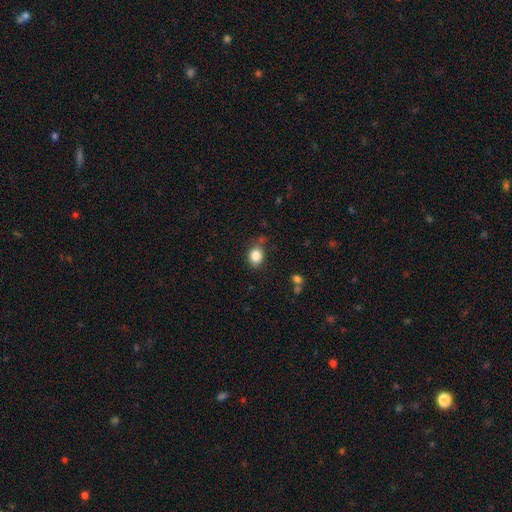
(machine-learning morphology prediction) Smooth or featured: smooth — 85% (star or artifact — 10%)
How rounded: in between — 51% (round — 48%)
Merging: none — 71% (minor disturbance — 21%)